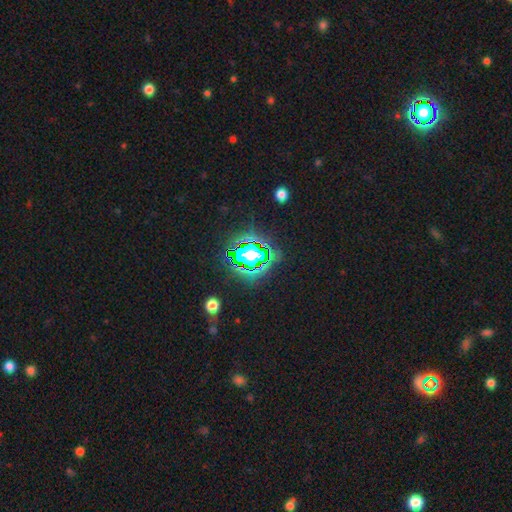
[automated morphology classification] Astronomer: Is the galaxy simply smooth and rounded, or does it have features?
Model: star or artifact — 81%.